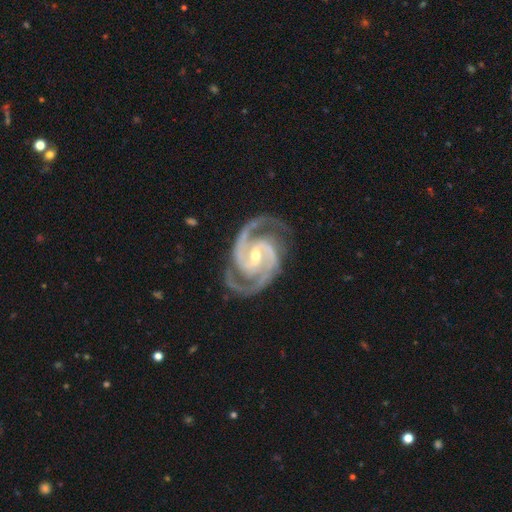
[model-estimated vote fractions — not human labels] Overall: featured or disk (95%). Edge-on disk: no (98%). Bar: weak (44%; strong 33%). Spiral arms: yes (99%). Spiral arm count: 2 (85%). Spiral winding: medium (53%; tight 41%). Bulge size: small (51%; moderate 46%). Merging: none (79%).